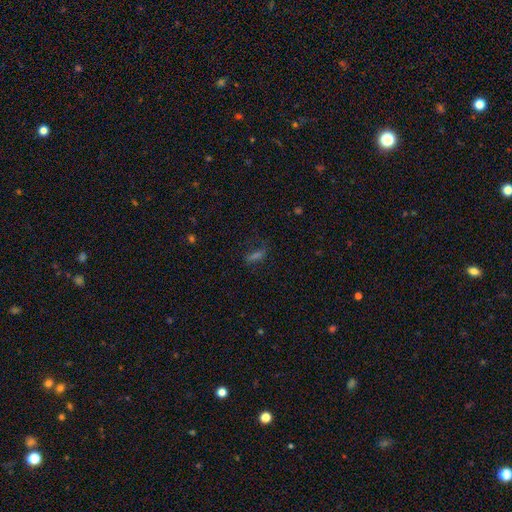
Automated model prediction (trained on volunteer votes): A smooth galaxy with no disk features (46%).

Vote fractions:
- Smooth or featured? smooth: 46% / star or artifact: 29% / featured or disk: 25%
- Merging? none: 65% / minor disturbance: 19% / major disturbance: 14% / merger: 2%